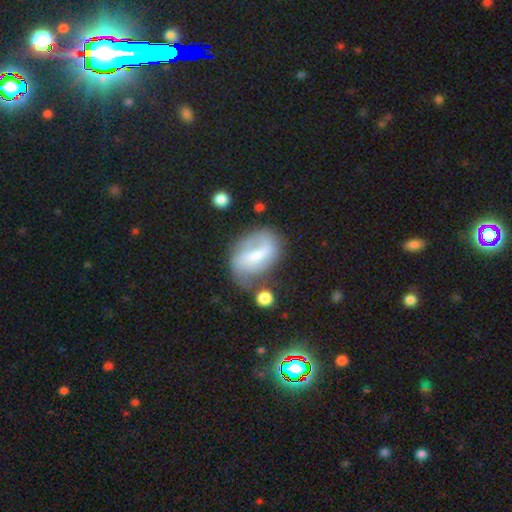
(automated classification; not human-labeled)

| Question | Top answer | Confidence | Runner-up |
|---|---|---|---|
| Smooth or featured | featured or disk | 66% | smooth (26%) |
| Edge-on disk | no | 95% | yes (5%) |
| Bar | weak | 41% | tied: strong (41%) |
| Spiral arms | yes | 82% | no (18%) |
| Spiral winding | loose | 42% | medium (38%) |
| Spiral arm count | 2 | 74% | can't tell (12%) |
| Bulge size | small | 44% | moderate (37%) |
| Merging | none | 55% | minor disturbance (24%) |